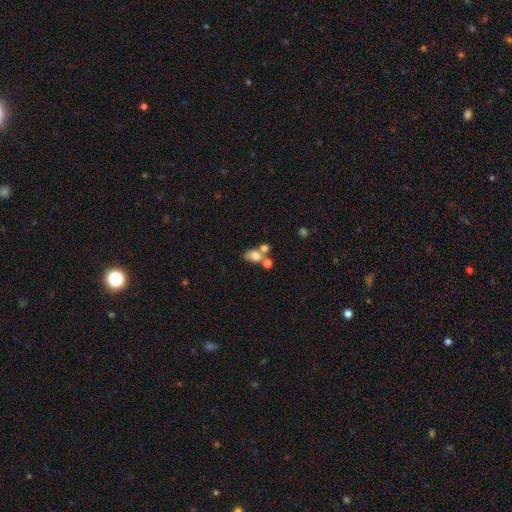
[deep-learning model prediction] Smooth or featured: smooth — 72% (featured or disk — 18%)
How rounded: in between — 75% (round — 23%)
Merging: merger — 50% (none — 32%)